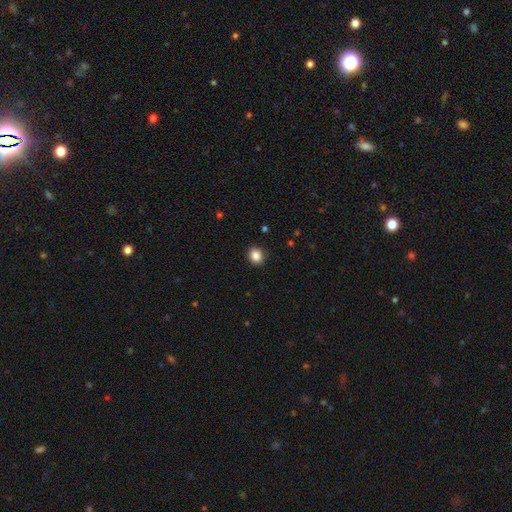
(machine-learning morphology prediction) A smooth galaxy with no disk features (86%) that is round (65%).

Vote fractions:
- Smooth or featured? smooth: 86% / star or artifact: 10% / featured or disk: 4%
- How rounded? round: 65% / in between: 34% / cigar-shaped: 1%
- Merging? none: 89% / minor disturbance: 8% / major disturbance: 2% / merger: 1%